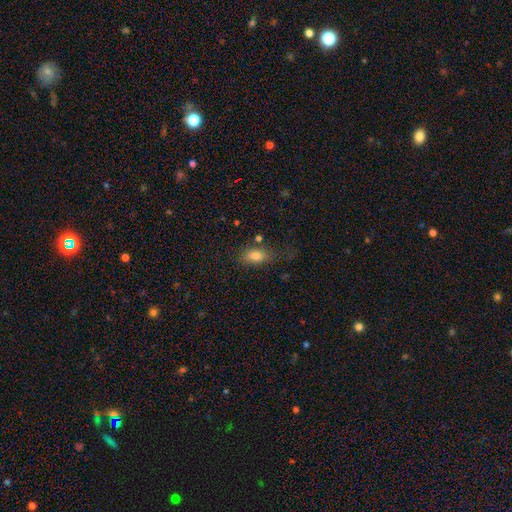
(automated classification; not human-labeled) Smooth or featured: smooth — 79% (featured or disk — 10%)
How rounded: in between — 82% (round — 13%)
Merging: none — 63% (minor disturbance — 22%)